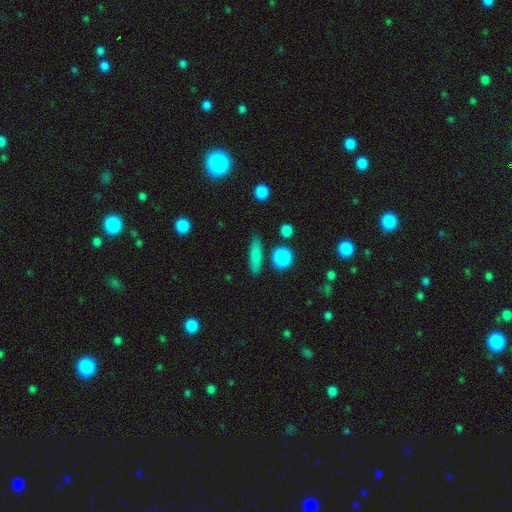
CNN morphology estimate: Q: Smooth or featured?
A: smooth (75%); runner-up: featured or disk (16%)
Q: How rounded?
A: cigar-shaped (68%); runner-up: in between (25%)
Q: Merging?
A: none (83%); runner-up: minor disturbance (10%)